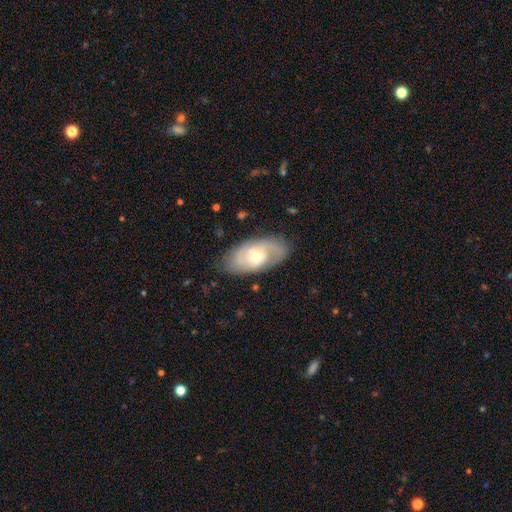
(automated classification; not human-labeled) This appears to be a featured or disk galaxy (66%) with no bar (65%), 2 (49%) tight (46%) spiral arms (83%) and a moderate central bulge (56%). Merging: none (76%).